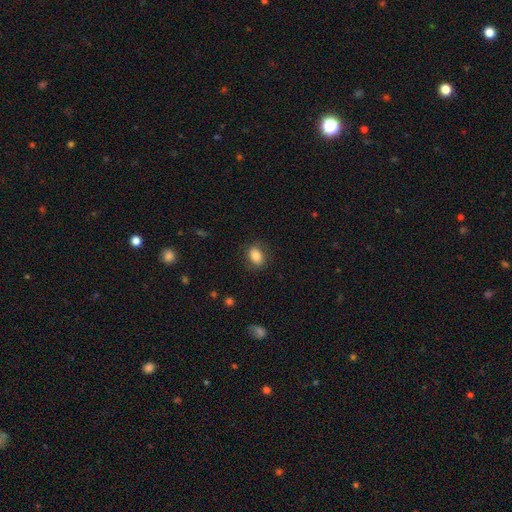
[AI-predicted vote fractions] Smooth or featured? Predicted: smooth (p=0.83). How rounded? Predicted: in between (p=0.76). Merging? Predicted: none (p=0.80).